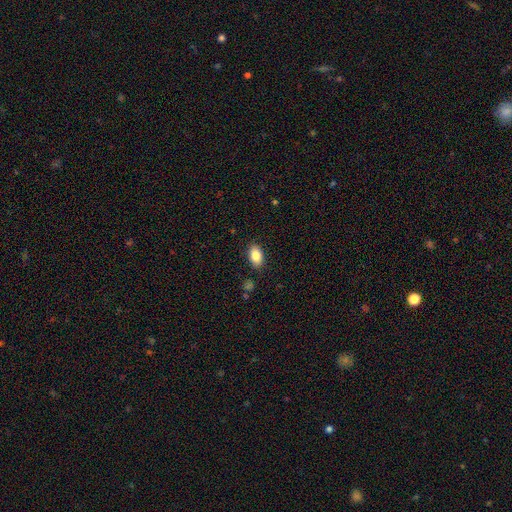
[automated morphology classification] smooth_or_featured: smooth (p=0.85) [alt: featured or disk p=0.08]
how_rounded: in between (p=0.92) [alt: round p=0.06]
merging: none (p=0.87) [alt: minor disturbance p=0.09]